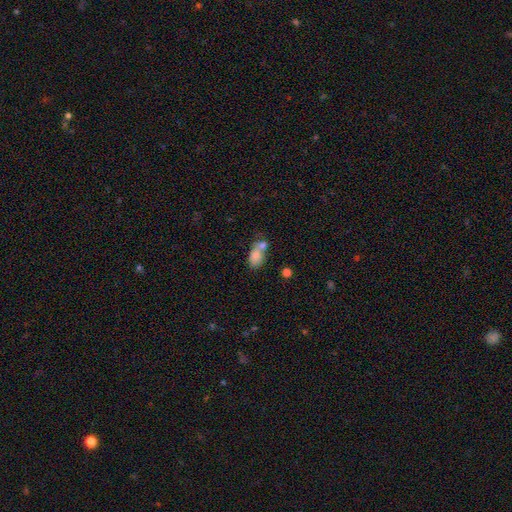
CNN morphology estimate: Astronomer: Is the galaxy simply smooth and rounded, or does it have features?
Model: smooth — 79%.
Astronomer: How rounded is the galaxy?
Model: in between — 83%.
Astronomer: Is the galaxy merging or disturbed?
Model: merger — 51% (runner-up: none, 31%).